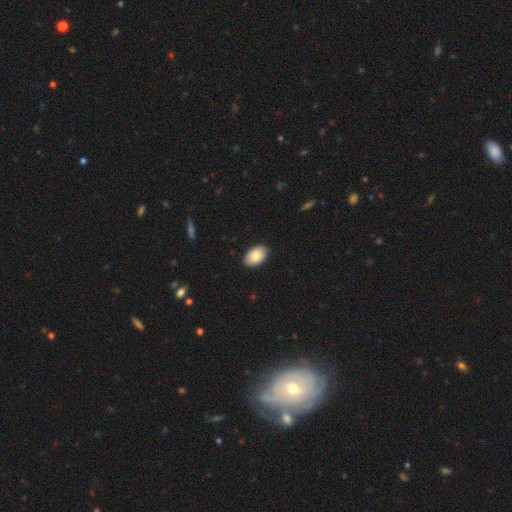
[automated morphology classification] Smooth or featured? Predicted: smooth (p=0.84). How rounded? Predicted: in between (p=0.92). Merging? Predicted: none (p=0.88).